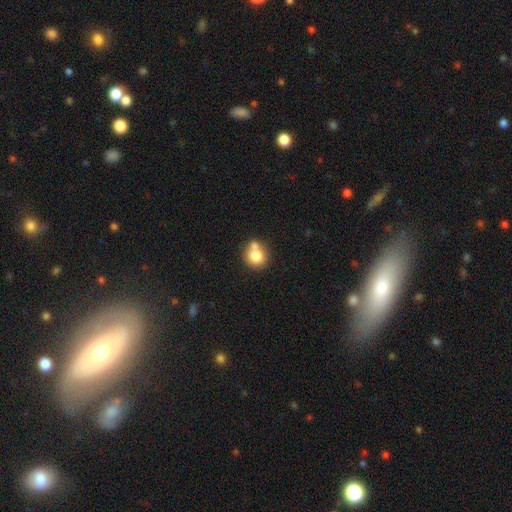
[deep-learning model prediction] Smooth or featured? smooth (76%)
How rounded? round (83%)
Merging? none (49%)